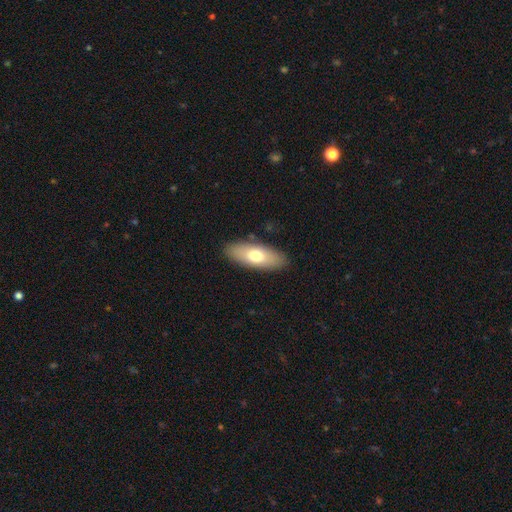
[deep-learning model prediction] A smooth galaxy with no disk features (68%) that is in between round and cigar-shaped (76%).

Vote fractions:
- Smooth or featured? smooth: 68% / featured or disk: 25% / star or artifact: 6%
- How rounded? in between: 76% / cigar-shaped: 21% / round: 3%
- Merging? none: 88% / minor disturbance: 9% / major disturbance: 2% / merger: 1%